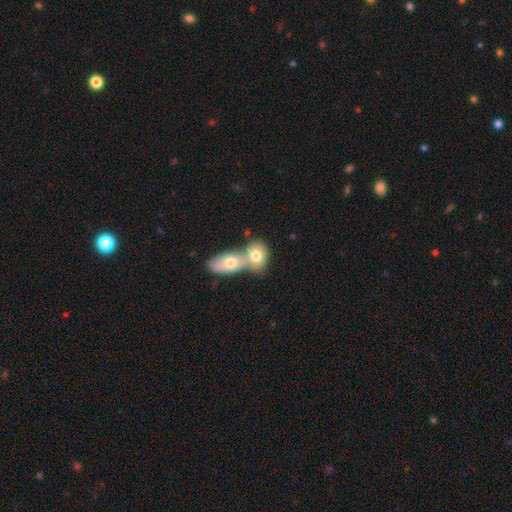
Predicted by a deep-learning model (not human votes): Smooth or featured?
  - smooth: 74% *
  - featured or disk: 20%
  - star or artifact: 7%
How rounded?
  - in between: 72% *
  - round: 25%
  - cigar-shaped: 3%
Merging?
  - merger: 70% *
  - none: 21%
  - minor disturbance: 6%
  - major disturbance: 3%